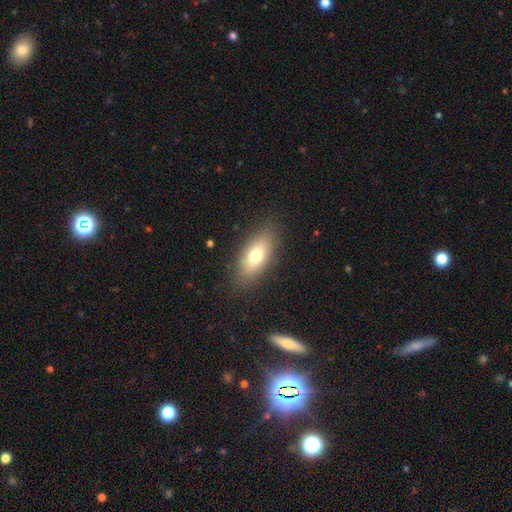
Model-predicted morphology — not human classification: Smooth or featured? Predicted: smooth (p=0.73). How rounded? Predicted: in between (p=0.82). Merging? Predicted: none (p=0.84).